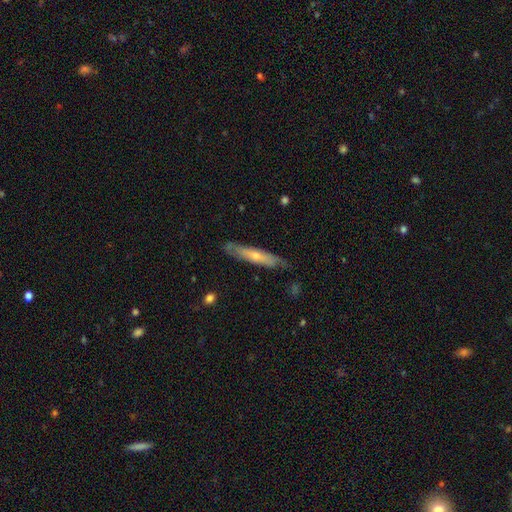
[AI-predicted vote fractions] smooth-or-featured: featured or disk: 53% | smooth: 42% | star or artifact: 5%
  disk-edge-on: yes: 68% | no: 32%
  merging: none: 76% | minor disturbance: 19% | major disturbance: 4% | merger: 2%